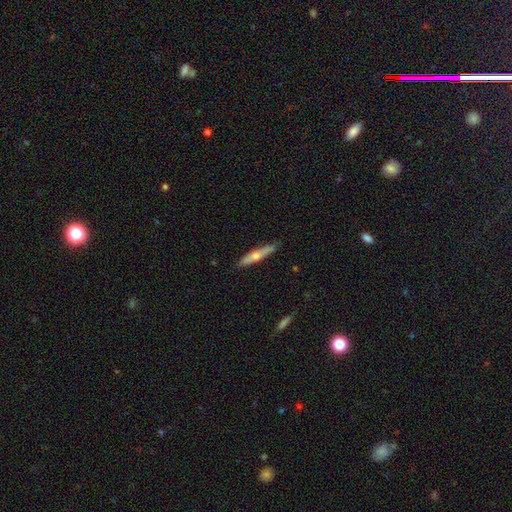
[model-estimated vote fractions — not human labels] A featured or disk galaxy (51%) viewed edge-on (91%).

Vote fractions:
- Smooth or featured? featured or disk: 51% / smooth: 43% / star or artifact: 6%
- Edge-on disk? yes: 91% / no: 9%
- Merging? none: 88% / minor disturbance: 9% / major disturbance: 2% / merger: 1%